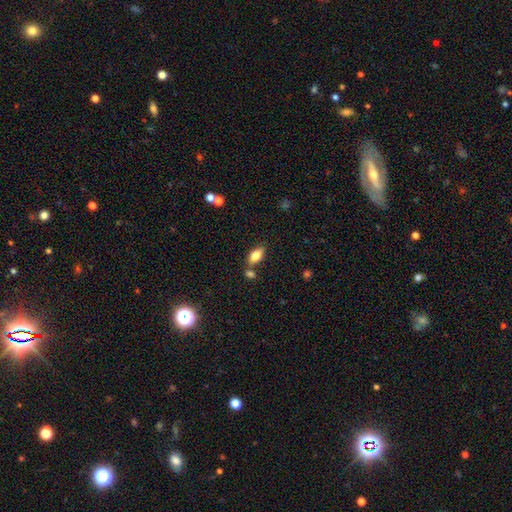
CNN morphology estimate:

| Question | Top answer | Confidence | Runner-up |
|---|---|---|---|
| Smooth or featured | smooth | 79% | featured or disk (13%) |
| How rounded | in between | 90% | cigar-shaped (6%) |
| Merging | none | 69% | merger (15%) |